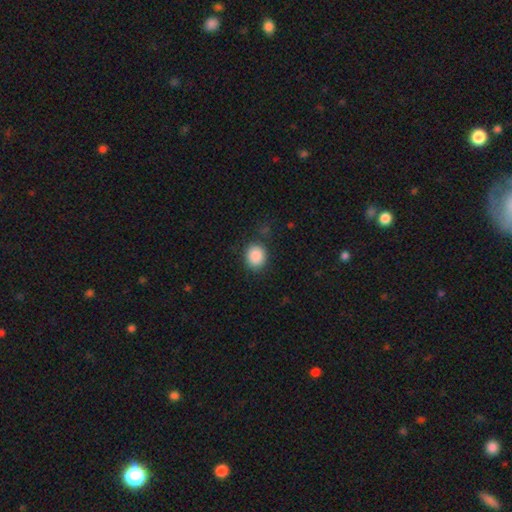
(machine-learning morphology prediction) smooth_or_featured: smooth (p=0.89) [alt: star or artifact p=0.08]
how_rounded: round (p=0.66) [alt: in between p=0.33]
merging: none (p=0.84) [alt: minor disturbance p=0.11]